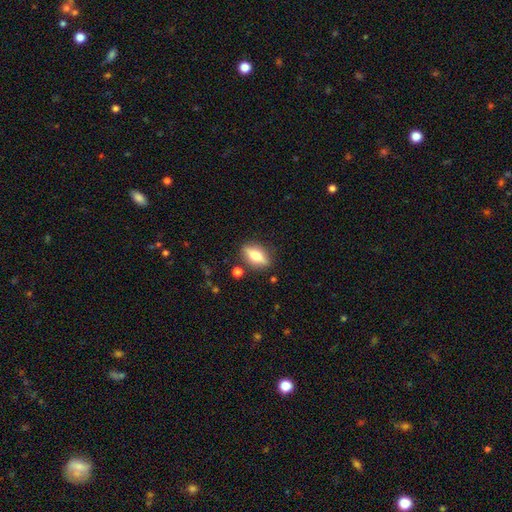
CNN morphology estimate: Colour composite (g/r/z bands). It shows a smooth galaxy with no disk features (46%, tied with featured or disk). Merging: none (84%).